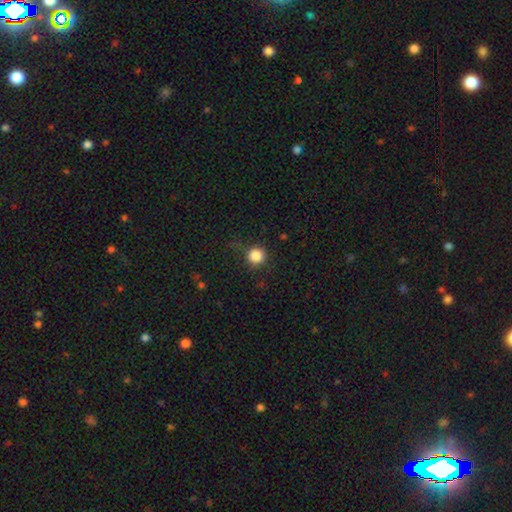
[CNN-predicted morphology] Overall: smooth (85%). How rounded: round (94%). Merging: none (81%).